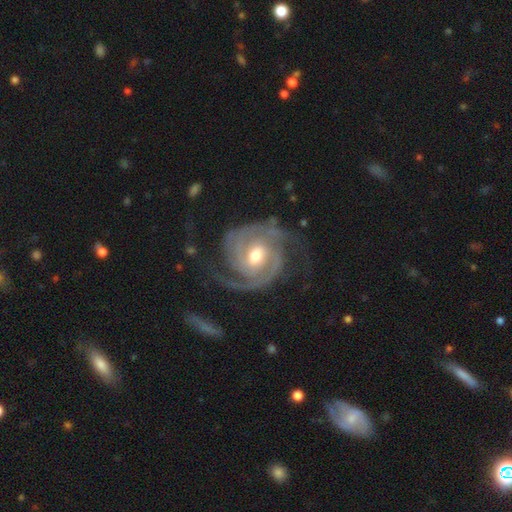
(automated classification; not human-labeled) Smooth or featured: featured or disk — 92% (star or artifact — 4%)
Edge-on disk: no — 98% (yes — 2%)
Bar: no — 47% (weak — 40%)
Spiral arms: yes — 98% (no — 2%)
Spiral winding: tight — 54% (medium — 38%)
Spiral arm count: 2 — 64% (3 — 17%)
Bulge size: moderate — 72% (small — 21%)
Merging: none — 72% (minor disturbance — 17%)